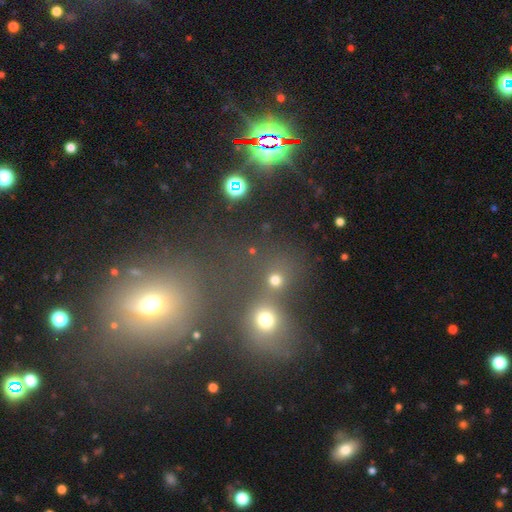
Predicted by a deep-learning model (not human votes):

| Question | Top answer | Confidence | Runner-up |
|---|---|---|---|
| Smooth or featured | smooth | 45% | star or artifact (44%) |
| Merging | none | 52% | merger (33%) |